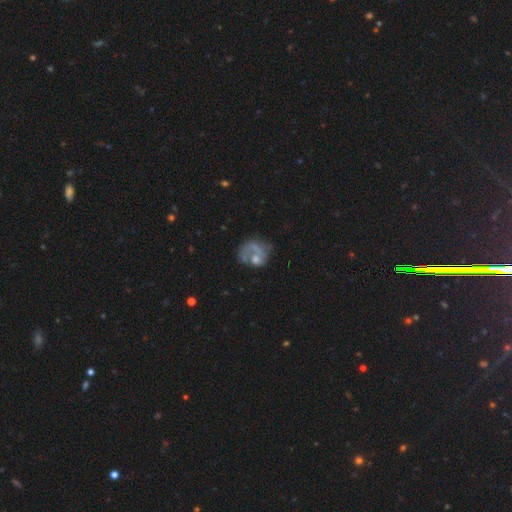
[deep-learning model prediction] A featured or disk galaxy (48%).

Vote fractions:
- Smooth or featured? featured or disk: 48% / smooth: 41% / star or artifact: 12%
- Merging? major disturbance: 43% / none: 29% / minor disturbance: 16% / merger: 12%